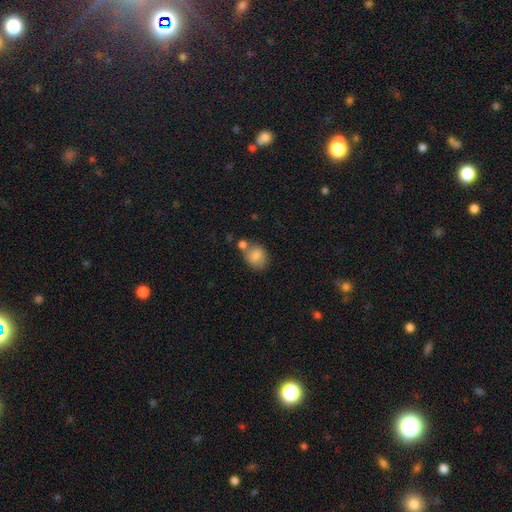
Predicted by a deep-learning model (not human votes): Smooth or featured?
  - smooth: 79% *
  - featured or disk: 13%
  - star or artifact: 8%
How rounded?
  - round: 57% *
  - in between: 42%
  - cigar-shaped: 1%
Merging?
  - none: 51% *
  - merger: 29%
  - minor disturbance: 15%
  - major disturbance: 5%